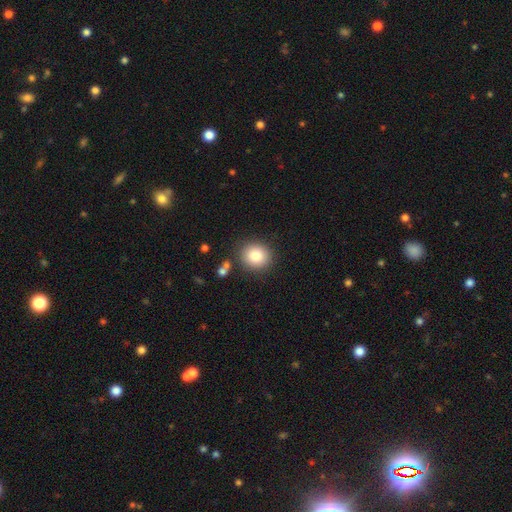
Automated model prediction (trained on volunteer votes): smooth-or-featured: smooth: 83% | star or artifact: 10% | featured or disk: 8%
  how-rounded: round: 83% | in between: 16% | cigar-shaped: 1%
  merging: none: 85% | minor disturbance: 9% | merger: 4% | major disturbance: 3%